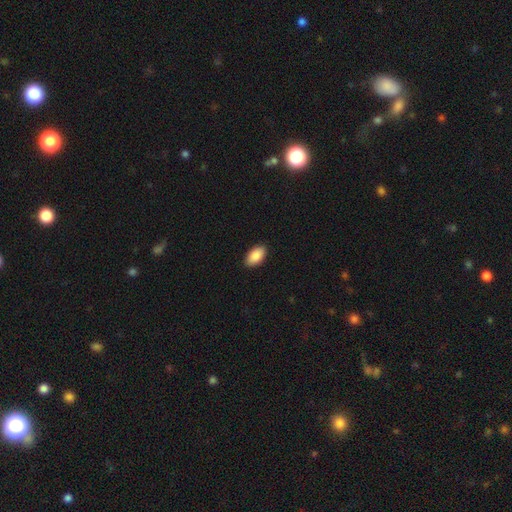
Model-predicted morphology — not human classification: This is clearly a smooth galaxy (89%). How rounded: clearly in between (95%). Merging: clearly none (90%).